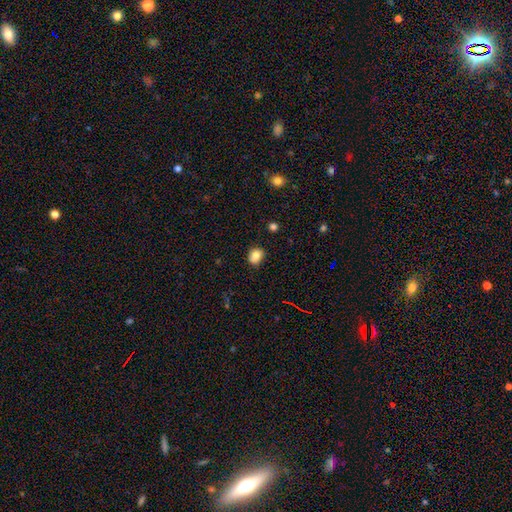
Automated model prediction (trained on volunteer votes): Smooth or featured?
  - smooth: 80% *
  - star or artifact: 11%
  - featured or disk: 9%
How rounded?
  - round: 53% *
  - in between: 46%
  - cigar-shaped: 1%
Merging?
  - none: 67% *
  - minor disturbance: 22%
  - merger: 6%
  - major disturbance: 4%